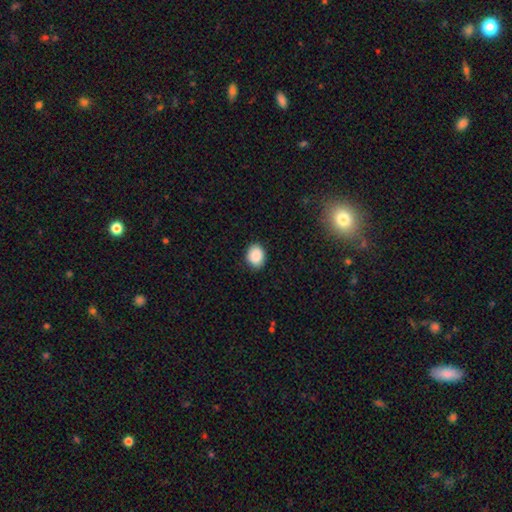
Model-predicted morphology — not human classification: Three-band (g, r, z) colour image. It shows a smooth galaxy with no disk features (89%) that is round (51%). Merging: none (86%).